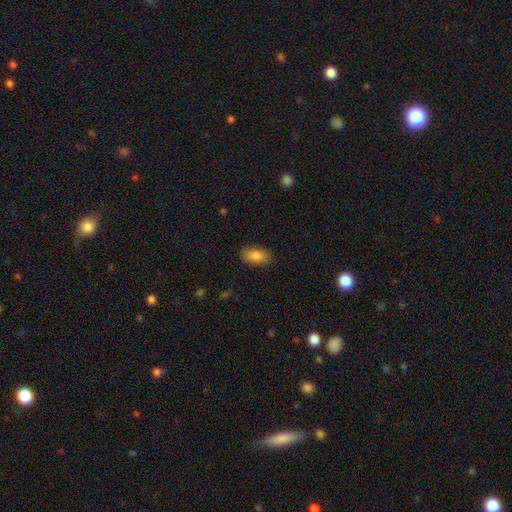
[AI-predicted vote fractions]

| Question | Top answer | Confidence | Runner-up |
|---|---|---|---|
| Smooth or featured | smooth | 85% | featured or disk (8%) |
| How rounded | in between | 92% | round (4%) |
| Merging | none | 87% | minor disturbance (10%) |